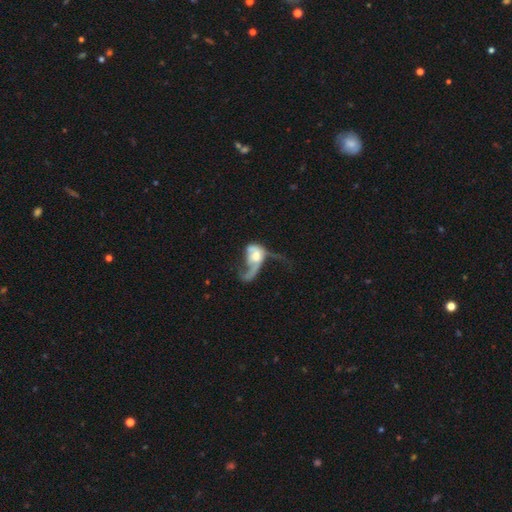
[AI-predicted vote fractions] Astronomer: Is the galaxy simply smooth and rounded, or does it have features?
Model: featured or disk — 58% (runner-up: smooth, 34%).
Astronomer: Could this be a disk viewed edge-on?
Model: no — 91%.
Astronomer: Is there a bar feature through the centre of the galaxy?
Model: no — 78%.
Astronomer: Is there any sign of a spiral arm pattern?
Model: no — 53% (runner-up: yes, 47%).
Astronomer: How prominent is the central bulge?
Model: moderate — 58%.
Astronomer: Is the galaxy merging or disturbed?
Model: major disturbance — 62%.